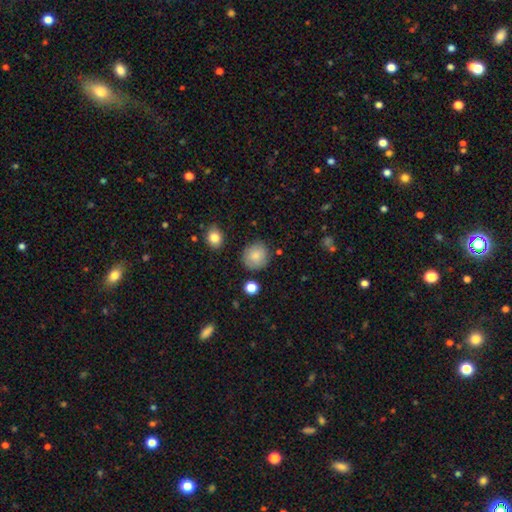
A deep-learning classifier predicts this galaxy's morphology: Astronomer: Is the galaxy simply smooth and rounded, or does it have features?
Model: smooth — 83%.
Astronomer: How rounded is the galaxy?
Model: round — 87%.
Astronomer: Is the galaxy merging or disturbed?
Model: none — 83%.